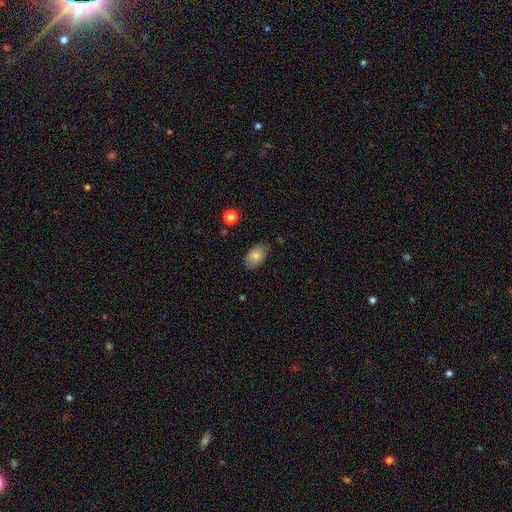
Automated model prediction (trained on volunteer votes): Smooth or featured: smooth — 78% (featured or disk — 14%)
How rounded: in between — 91% (round — 7%)
Merging: none — 82% (minor disturbance — 14%)